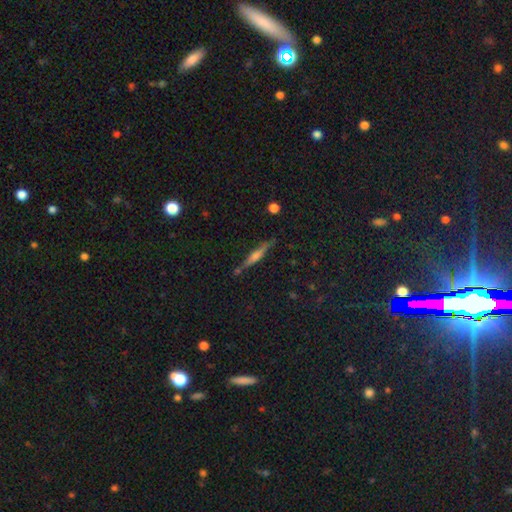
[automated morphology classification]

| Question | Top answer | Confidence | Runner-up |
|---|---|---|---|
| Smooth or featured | featured or disk | 58% | smooth (33%) |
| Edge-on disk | yes | 96% | no (4%) |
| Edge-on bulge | rounded | 58% | boxy (22%) |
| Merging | none | 80% | minor disturbance (13%) |